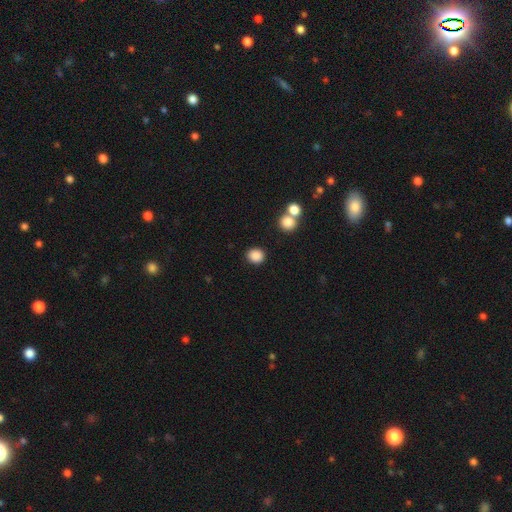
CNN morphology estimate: A smooth galaxy with no disk features (87%) that is round (79%).

Vote fractions:
- Smooth or featured? smooth: 87% / star or artifact: 10% / featured or disk: 4%
- How rounded? round: 79% / in between: 20% / cigar-shaped: 1%
- Merging? none: 85% / minor disturbance: 7% / merger: 5% / major disturbance: 3%